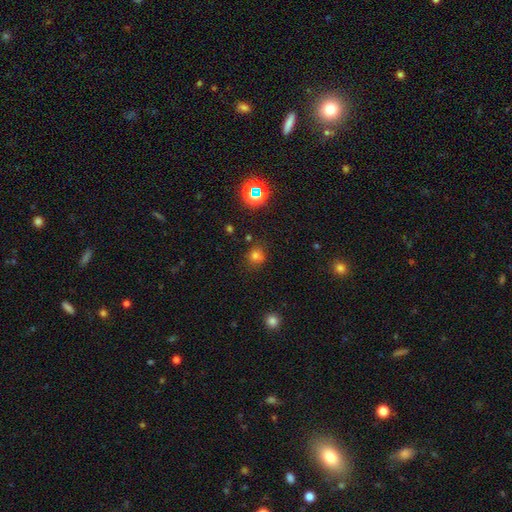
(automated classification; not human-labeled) Smooth or featured: smooth — 70% (star or artifact — 23%)
How rounded: round — 85% (in between — 14%)
Merging: none — 75% (minor disturbance — 14%)